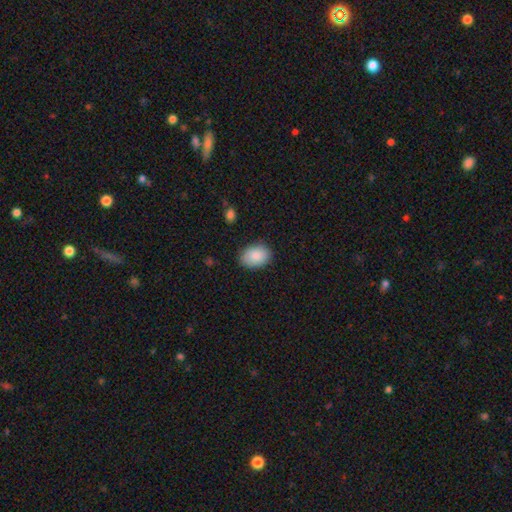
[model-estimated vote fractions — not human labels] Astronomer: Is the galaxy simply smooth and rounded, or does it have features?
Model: smooth — 89%.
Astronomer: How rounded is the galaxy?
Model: in between — 79%.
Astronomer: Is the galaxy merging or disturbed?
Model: none — 85%.